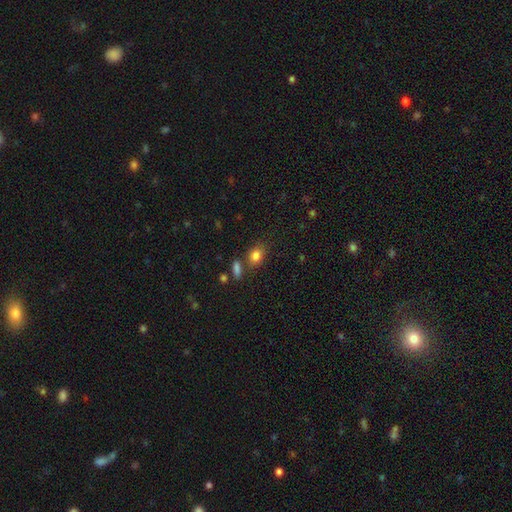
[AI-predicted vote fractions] Overall: smooth (83%). How rounded: in between (60%; round 38%). Merging: none (69%).